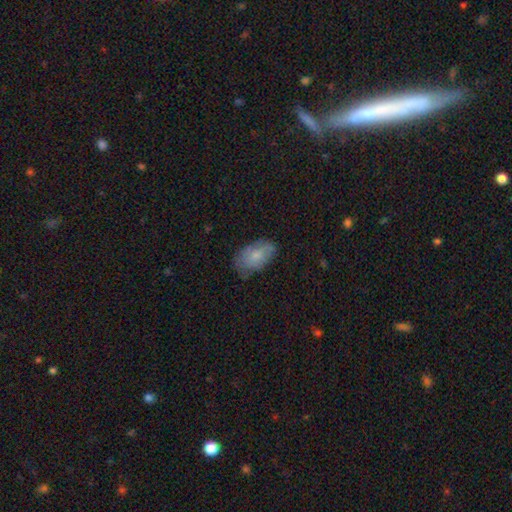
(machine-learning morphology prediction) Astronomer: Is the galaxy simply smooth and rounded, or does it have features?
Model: smooth — 69%.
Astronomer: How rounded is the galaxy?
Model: in between — 92%.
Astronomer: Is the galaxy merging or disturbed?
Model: none — 61%.